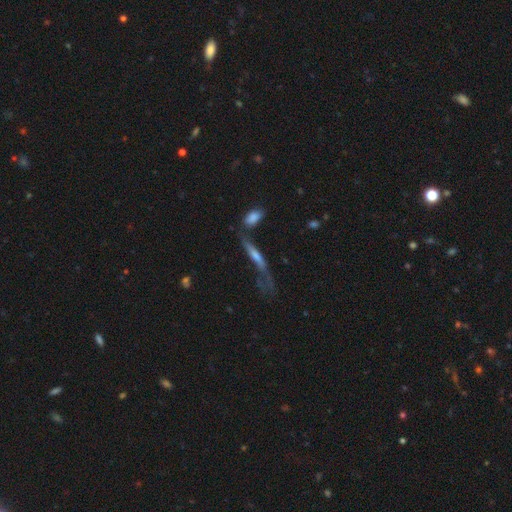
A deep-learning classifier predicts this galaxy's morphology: A featured or disk galaxy (48%).

Vote fractions:
- Smooth or featured? featured or disk: 48% / smooth: 43% / star or artifact: 9%
- Merging? none: 37% / major disturbance: 30% / minor disturbance: 21% / merger: 13%